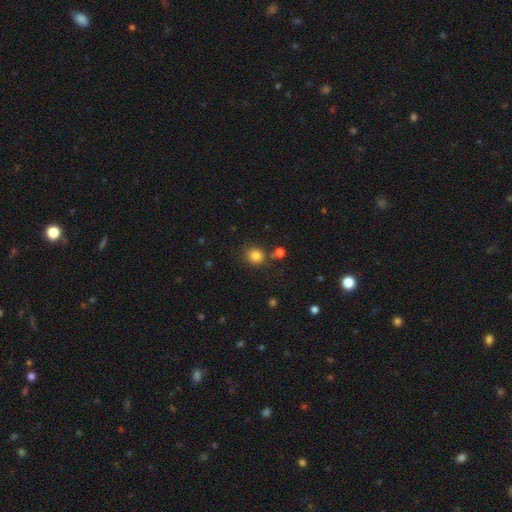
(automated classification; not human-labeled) Q: Smooth or featured?
A: smooth (83%); runner-up: star or artifact (12%)
Q: How rounded?
A: round (87%); runner-up: in between (12%)
Q: Merging?
A: none (79%); runner-up: minor disturbance (9%)